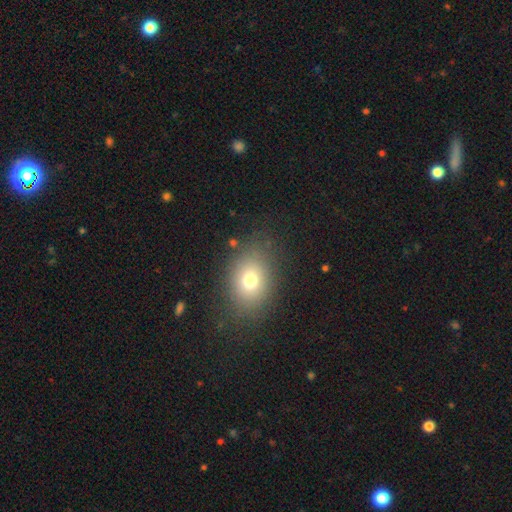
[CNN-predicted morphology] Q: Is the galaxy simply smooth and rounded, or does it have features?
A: smooth — 70%.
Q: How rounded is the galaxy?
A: in between — 63%.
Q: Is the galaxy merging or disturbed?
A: none — 85%.